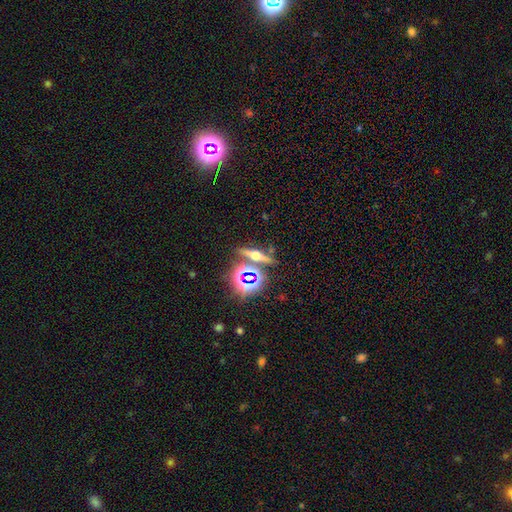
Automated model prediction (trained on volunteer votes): This appears to be a featured or disk galaxy (53%) viewed edge-on (91%). Merging: none (82%).